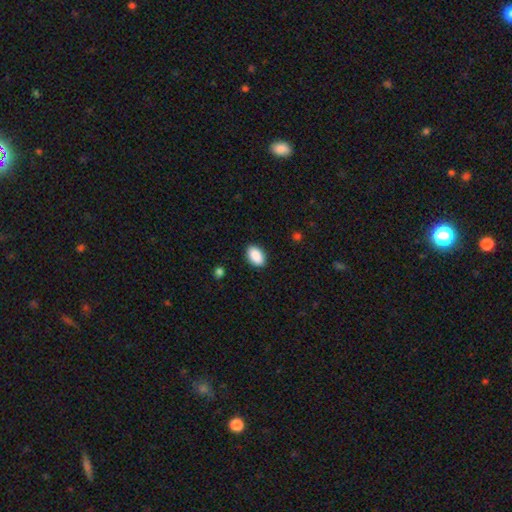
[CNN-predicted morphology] smooth-or-featured: smooth: 90% | star or artifact: 7% | featured or disk: 4%
  how-rounded: in between: 92% | round: 7% | cigar-shaped: 1%
  merging: none: 89% | minor disturbance: 8% | major disturbance: 2% | merger: 1%